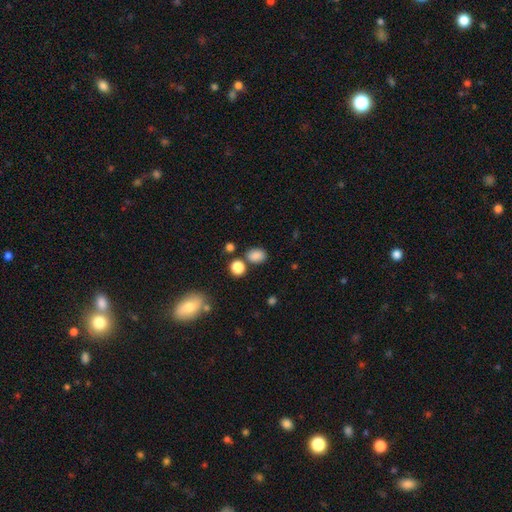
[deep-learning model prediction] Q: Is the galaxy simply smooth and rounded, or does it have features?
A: smooth — 83%.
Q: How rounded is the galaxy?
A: in between — 68%.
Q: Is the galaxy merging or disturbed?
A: none — 71%.